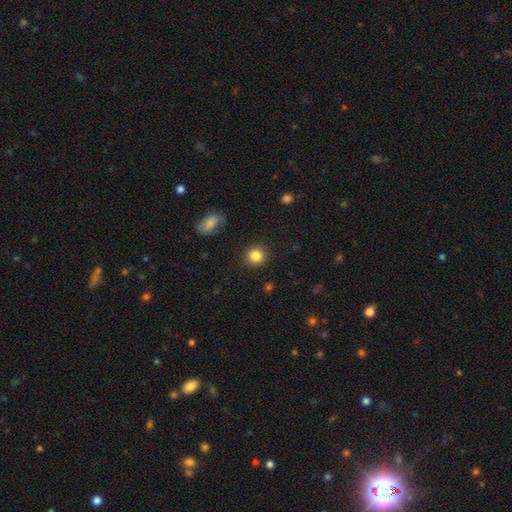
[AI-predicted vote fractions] Morphology: type=smooth (85%); roundness=round (90%); merging=none (90%).